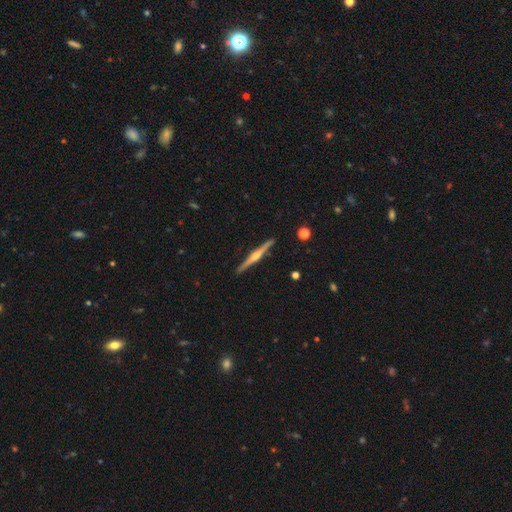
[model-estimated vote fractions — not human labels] This appears to be a featured or disk galaxy (77%) viewed edge-on (98%) with a rounded central bulge (85%). Merging: none (91%).